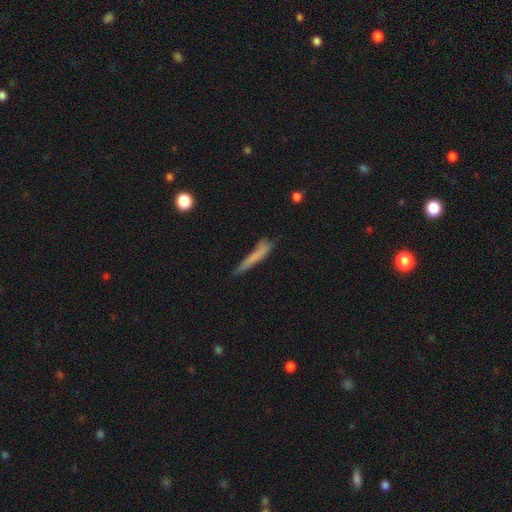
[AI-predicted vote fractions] Smooth or featured? Predicted: smooth (p=0.70). How rounded? Predicted: cigar-shaped (p=0.94). Merging? Predicted: none (p=0.63).